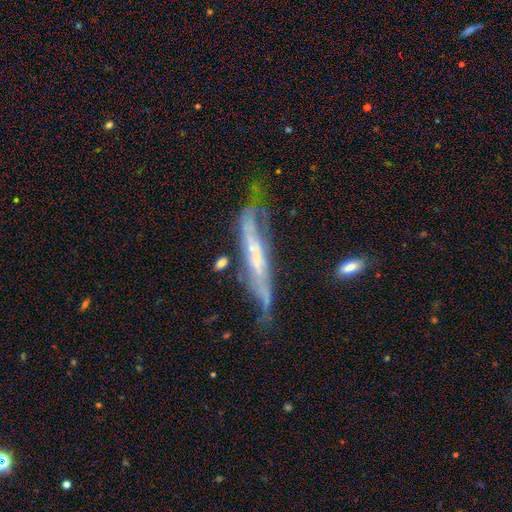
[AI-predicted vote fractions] smooth-or-featured: featured or disk: 75% | smooth: 19% | star or artifact: 7%
  disk-edge-on: yes: 56% | no: 44%
  merging: none: 47% | minor disturbance: 28% | major disturbance: 19% | merger: 5%